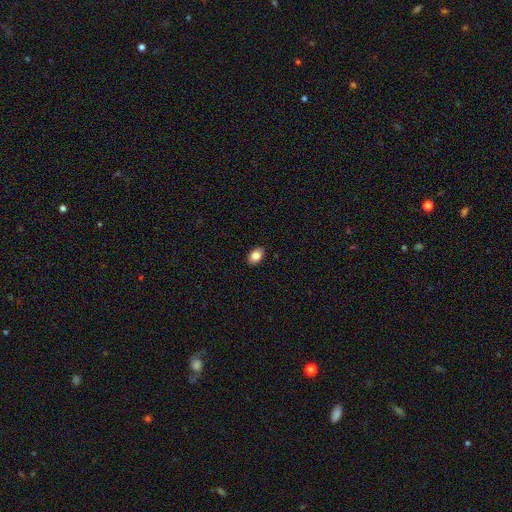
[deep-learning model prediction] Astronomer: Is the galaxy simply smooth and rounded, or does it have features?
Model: smooth — 84%.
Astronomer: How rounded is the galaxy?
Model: in between — 86%.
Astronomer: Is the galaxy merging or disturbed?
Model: none — 89%.